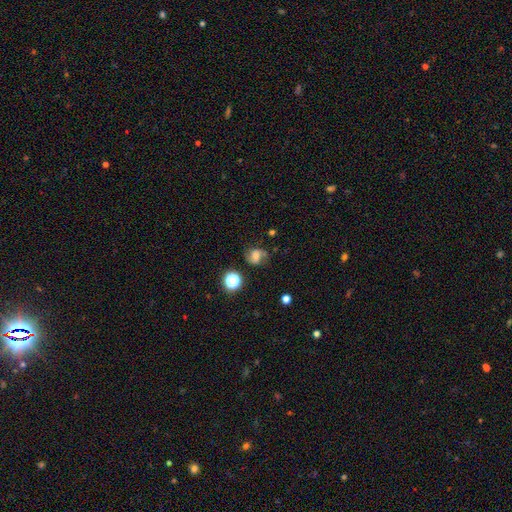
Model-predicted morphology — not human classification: Smooth or featured? featured or disk (50%)
Merging? none (68%)